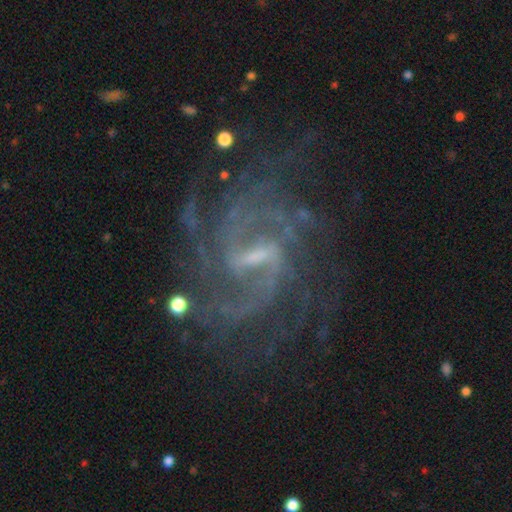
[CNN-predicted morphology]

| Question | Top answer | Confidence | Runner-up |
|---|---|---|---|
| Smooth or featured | featured or disk | 89% | star or artifact (8%) |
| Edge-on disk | no | 98% | yes (2%) |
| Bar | weak | 55% | strong (32%) |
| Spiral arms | yes | 97% | no (3%) |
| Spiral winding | medium | 50% | tight (35%) |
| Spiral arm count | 2 | 30% | can't tell (22%) |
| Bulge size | small | 56% | moderate (22%) |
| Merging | none | 70% | minor disturbance (15%) |